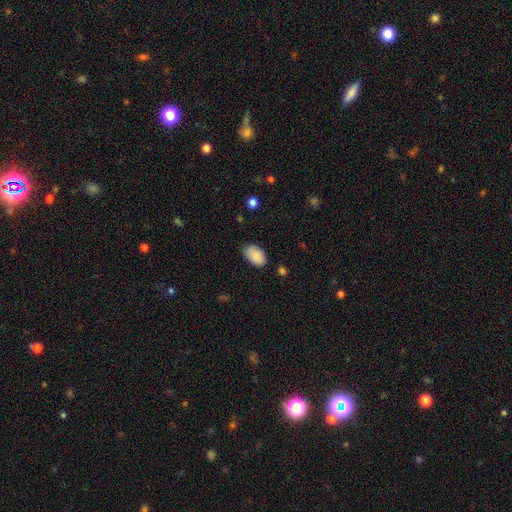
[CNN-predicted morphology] A smooth galaxy with no disk features (88%) that is in between round and cigar-shaped (92%). Merging: none (70%).